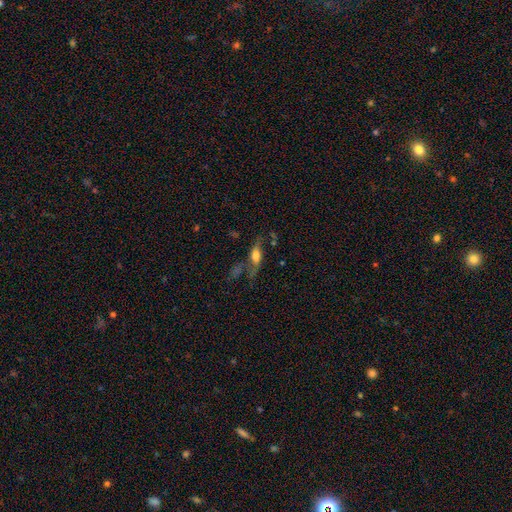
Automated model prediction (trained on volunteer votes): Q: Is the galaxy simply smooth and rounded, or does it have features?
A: featured or disk — 47%.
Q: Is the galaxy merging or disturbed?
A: none — 42%.